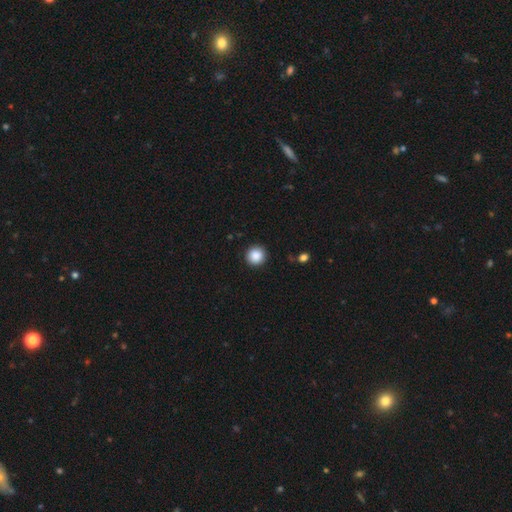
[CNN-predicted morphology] type=smooth (88%); roundness=round (95%); merging=none (92%).